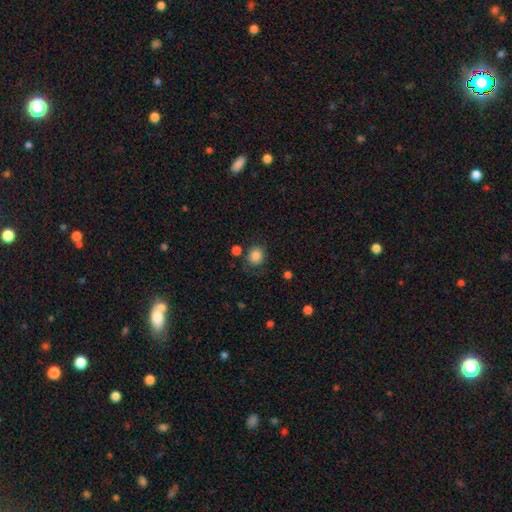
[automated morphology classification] This is clearly a smooth galaxy (85%). How rounded: likely round (75%). Merging: likely none (72%).